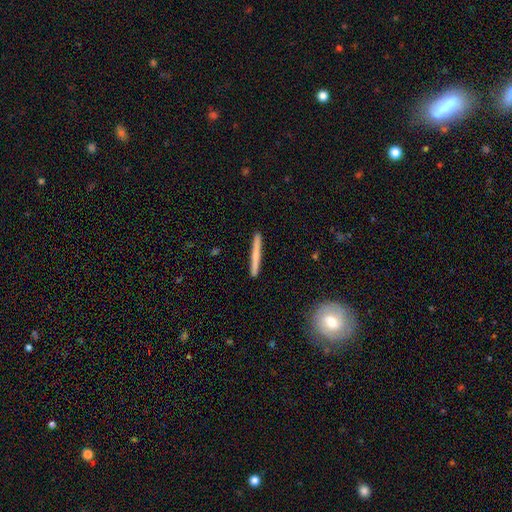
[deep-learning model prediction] Morphology: type=smooth (57%); roundness=cigar-shaped (96%); merging=none (91%).